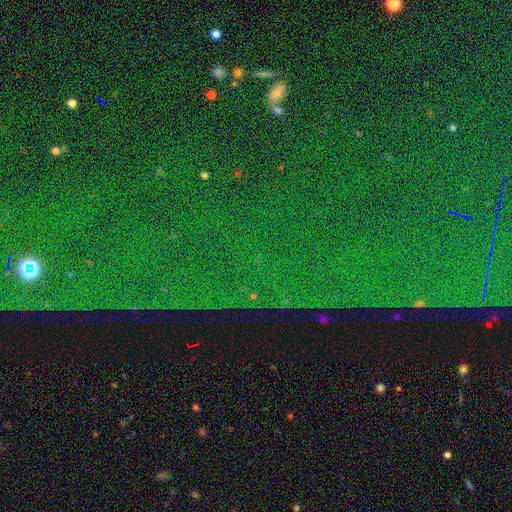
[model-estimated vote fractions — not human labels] smooth-or-featured: star or artifact: 85% | featured or disk: 8% | smooth: 7%